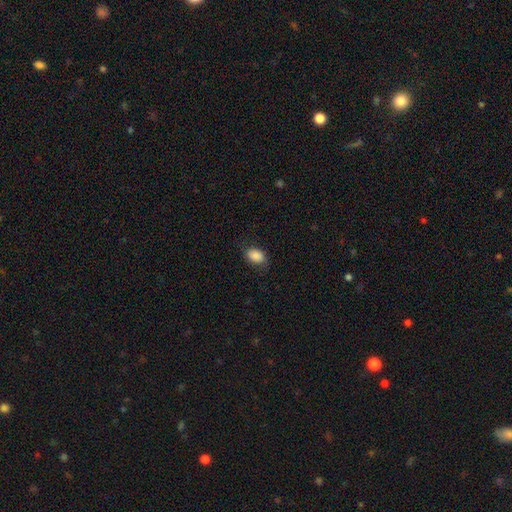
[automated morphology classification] A smooth galaxy with no disk features (87%) that is in between round and cigar-shaped (85%). Merging: none (77%).